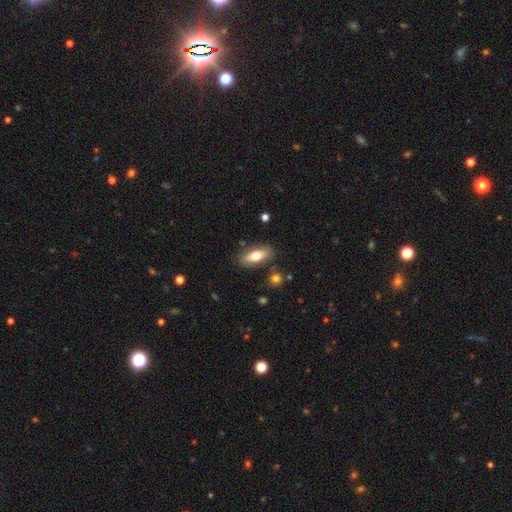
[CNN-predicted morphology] Smooth or featured: smooth — 68% (featured or disk — 26%)
How rounded: in between — 77% (cigar-shaped — 20%)
Merging: none — 81% (minor disturbance — 12%)